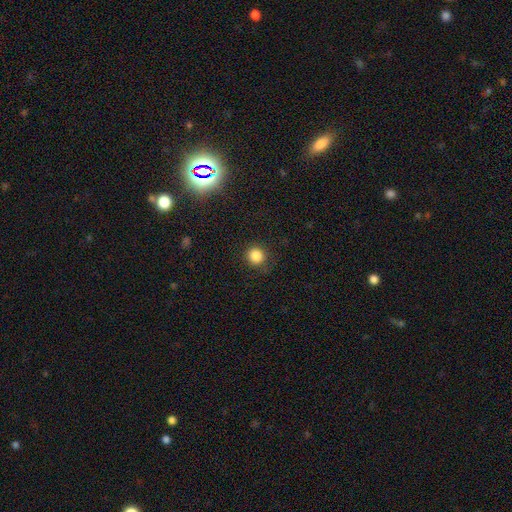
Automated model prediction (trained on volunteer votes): A smooth galaxy with no disk features (84%) that is round (92%). Merging: none (88%).